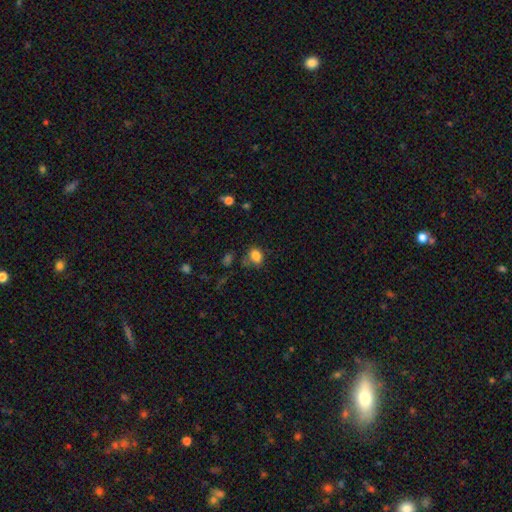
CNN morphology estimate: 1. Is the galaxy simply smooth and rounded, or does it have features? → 83% smooth, 11% star or artifact, 6% featured or disk.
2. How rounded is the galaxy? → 66% in between, 33% round, 1% cigar-shaped.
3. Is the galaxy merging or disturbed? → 63% none, 23% minor disturbance, 8% major disturbance, 5% merger.